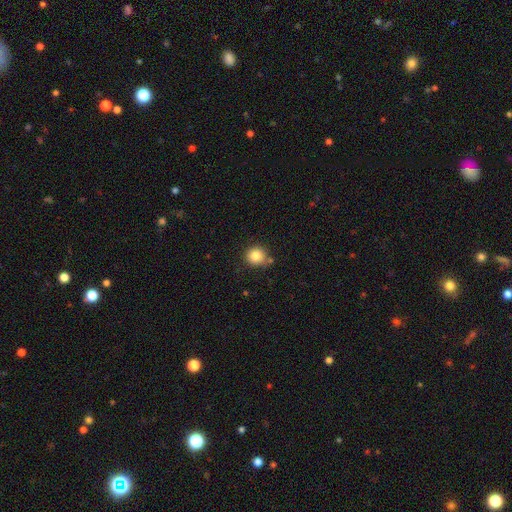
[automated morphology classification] Smooth or featured? smooth (85%)
How rounded? round (89%)
Merging? none (76%)